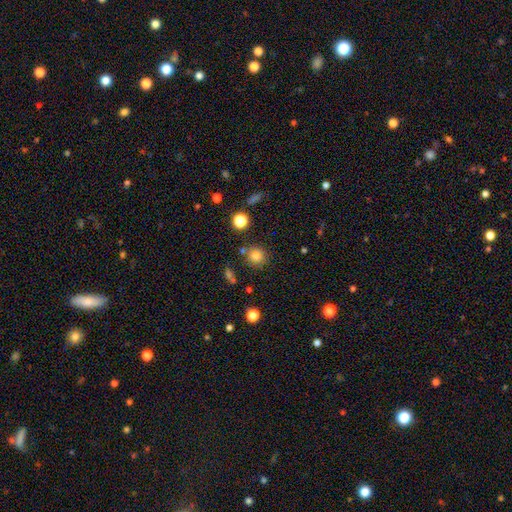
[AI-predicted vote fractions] Q: Smooth or featured?
A: smooth (80%); runner-up: star or artifact (13%)
Q: How rounded?
A: round (91%); runner-up: in between (8%)
Q: Merging?
A: none (79%); runner-up: minor disturbance (10%)